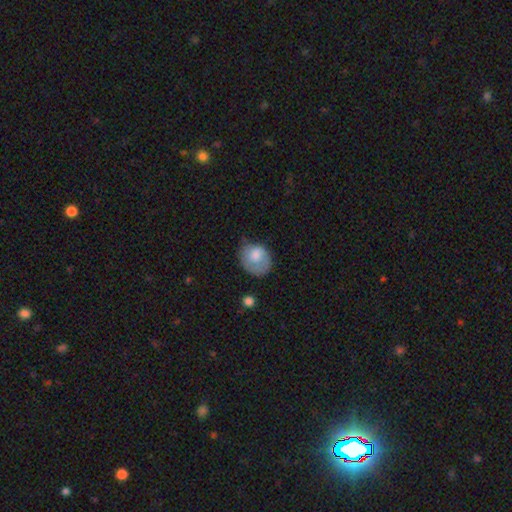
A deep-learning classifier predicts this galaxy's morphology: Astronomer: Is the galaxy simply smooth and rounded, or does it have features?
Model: smooth — 70%.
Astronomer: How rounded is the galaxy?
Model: round — 57% (runner-up: in between, 42%).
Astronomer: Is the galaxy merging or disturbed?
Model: none — 45% (runner-up: minor disturbance, 33%).